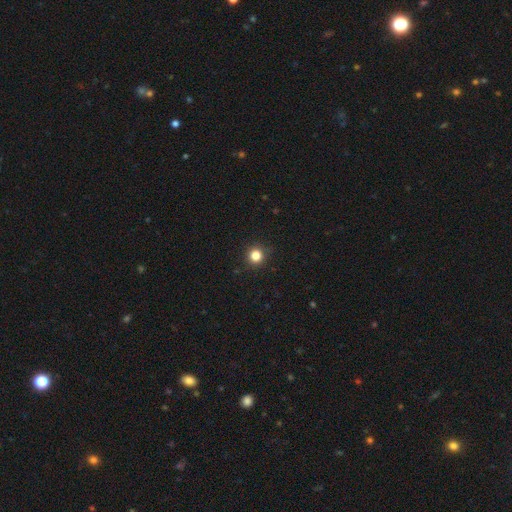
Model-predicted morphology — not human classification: The model was most divided on "smooth or featured": smooth: 83%, star or artifact: 13%, featured or disk: 4%. More confident: how rounded — round (94%); merging — none (91%).